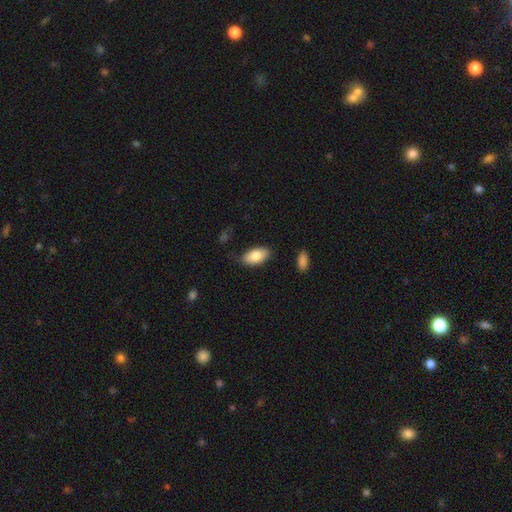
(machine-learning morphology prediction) Q: Smooth or featured?
A: smooth (82%); runner-up: featured or disk (12%)
Q: How rounded?
A: in between (94%); runner-up: cigar-shaped (3%)
Q: Merging?
A: none (81%); runner-up: minor disturbance (14%)